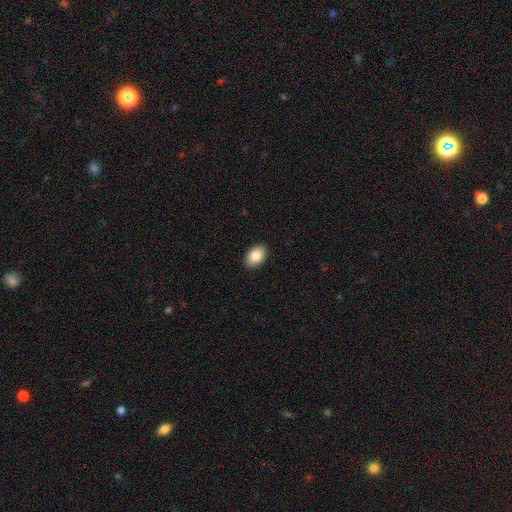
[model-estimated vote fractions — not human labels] Smooth or featured: smooth — 86% (featured or disk — 7%)
How rounded: in between — 87% (round — 12%)
Merging: none — 90% (minor disturbance — 7%)